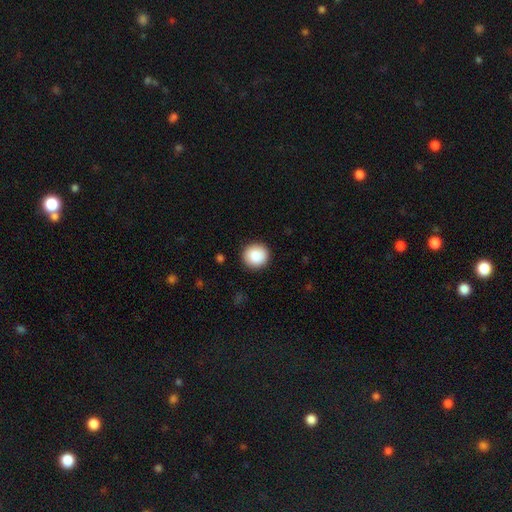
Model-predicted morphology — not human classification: A smooth galaxy with no disk features (88%) that is round (94%). Merging: none (92%).